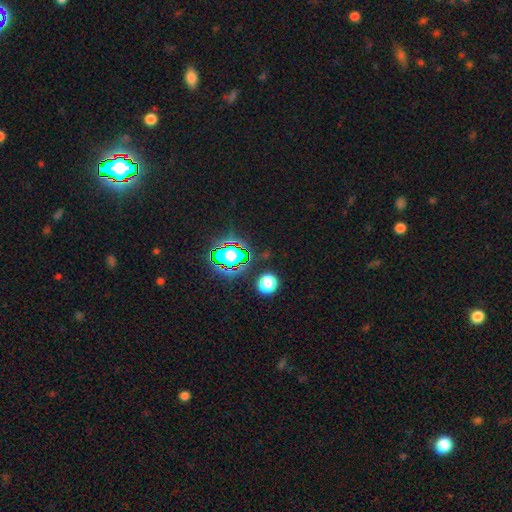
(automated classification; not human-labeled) The model was most divided on "smooth or featured": star or artifact: 78%, smooth: 14%, featured or disk: 8%.